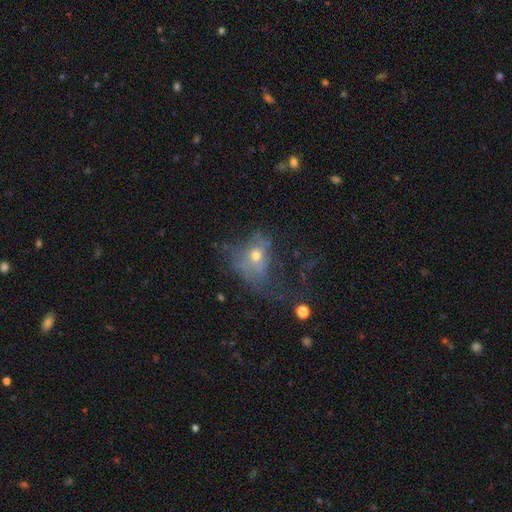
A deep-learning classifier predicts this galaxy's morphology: Overall: smooth (47%; featured or disk 34%). Merging: major disturbance (48%; none 29%).